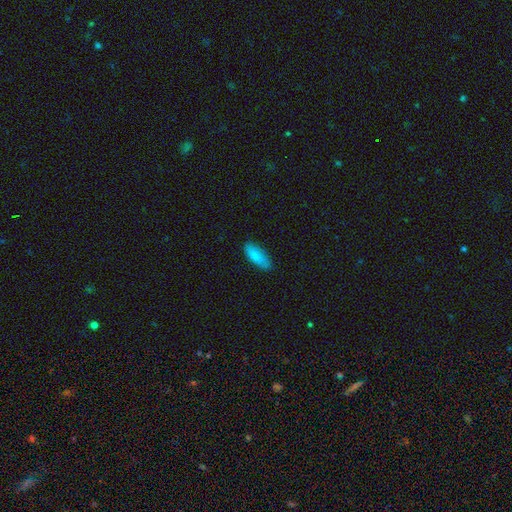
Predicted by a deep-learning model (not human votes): A smooth galaxy with no disk features (86%) that is in between round and cigar-shaped (68%). Merging: none (83%).